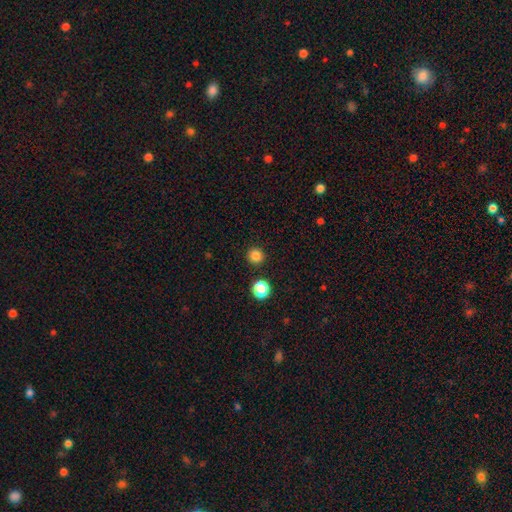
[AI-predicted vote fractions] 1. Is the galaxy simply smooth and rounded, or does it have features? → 83% smooth, 13% star or artifact, 4% featured or disk.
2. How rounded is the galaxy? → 96% round, 4% in between, 1% cigar-shaped.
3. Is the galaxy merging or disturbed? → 92% none, 4% minor disturbance, 2% merger, 2% major disturbance.